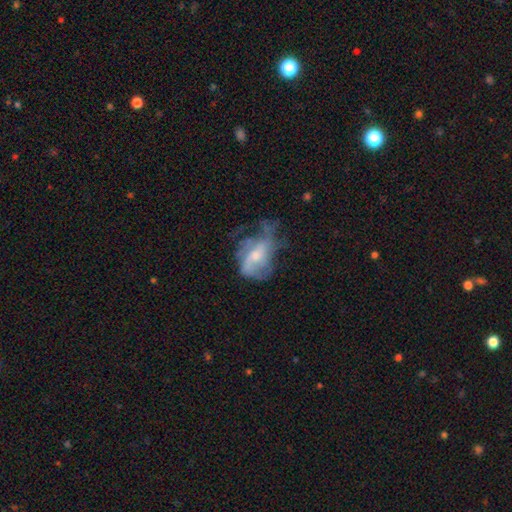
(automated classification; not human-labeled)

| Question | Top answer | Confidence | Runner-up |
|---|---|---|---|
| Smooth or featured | featured or disk | 65% | smooth (25%) |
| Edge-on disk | no | 96% | yes (4%) |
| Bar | no | 59% | weak (33%) |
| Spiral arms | yes | 64% | no (36%) |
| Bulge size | moderate | 44% | small (43%) |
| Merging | major disturbance | 40% | none (32%) |